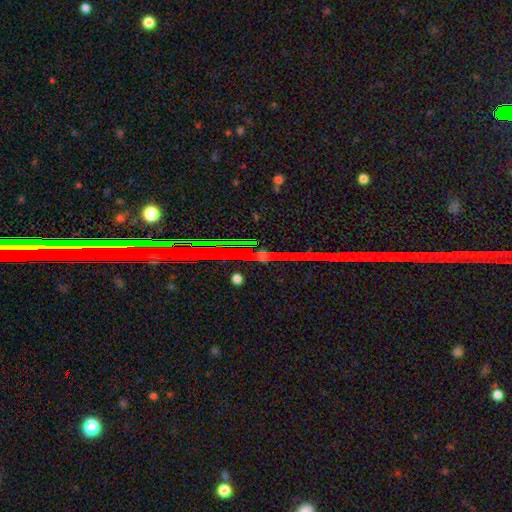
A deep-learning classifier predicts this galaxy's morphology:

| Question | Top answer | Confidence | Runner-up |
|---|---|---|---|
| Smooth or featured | star or artifact | 84% | featured or disk (10%) |